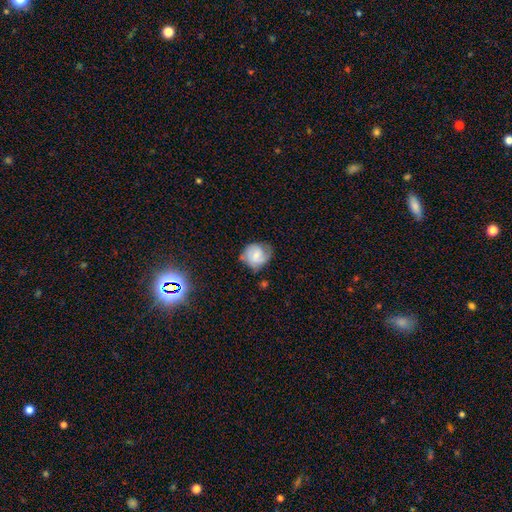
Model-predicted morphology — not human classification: featured or disk 48%, smooth 44%, star or artifact 8%. Down the decision tree: merging — none (56%).